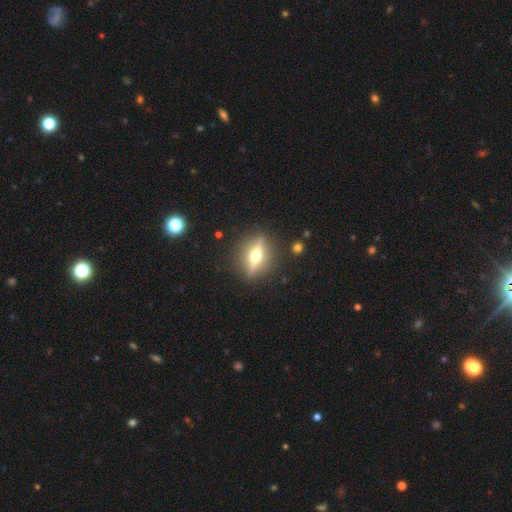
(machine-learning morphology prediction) The model was most divided on "smooth or featured": featured or disk: 71%, smooth: 21%, star or artifact: 8%. More confident: edge-on bulge — rounded (95%); edge-on disk — yes (90%); merging — none (87%).